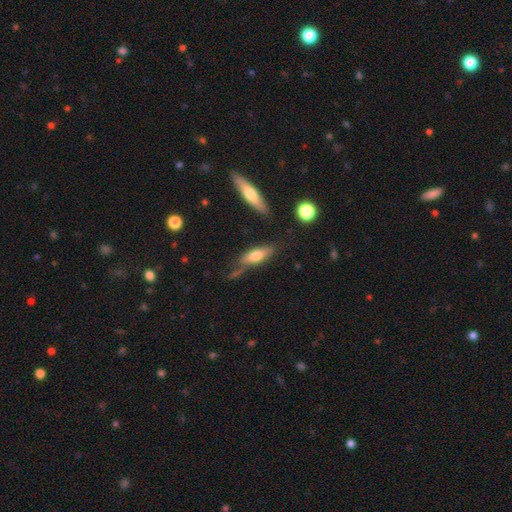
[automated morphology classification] Smooth or featured? smooth (63%)
How rounded? in between (54%)
Merging? none (55%)